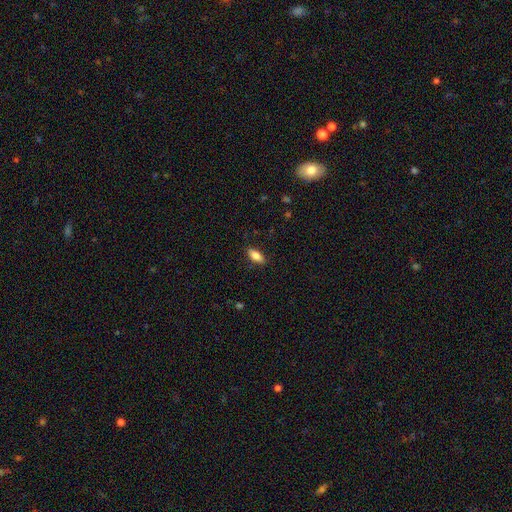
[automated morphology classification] This appears to be a smooth galaxy with no disk features (81%) that is in between round and cigar-shaped (81%). Merging: none (87%).